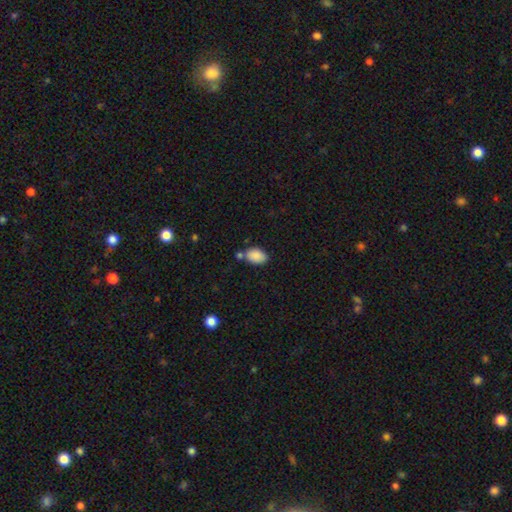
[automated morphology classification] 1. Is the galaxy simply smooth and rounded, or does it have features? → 88% smooth, 8% star or artifact, 5% featured or disk.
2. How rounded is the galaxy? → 88% in between, 10% round, 1% cigar-shaped.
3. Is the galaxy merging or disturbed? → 63% none, 16% minor disturbance, 16% merger, 4% major disturbance.